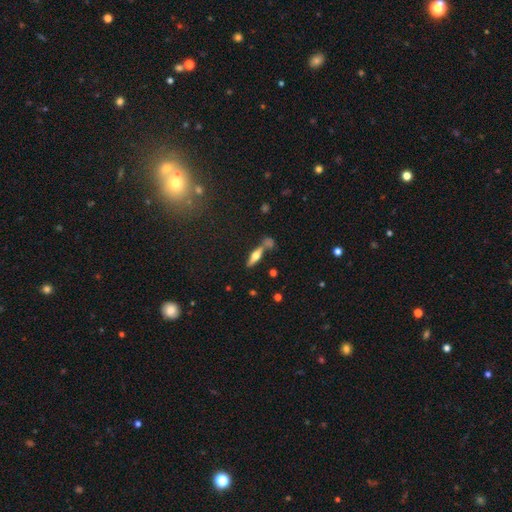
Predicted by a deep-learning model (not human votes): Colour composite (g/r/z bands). It shows a featured or disk galaxy (53%) viewed edge-on (90%). Merging: none (65%).